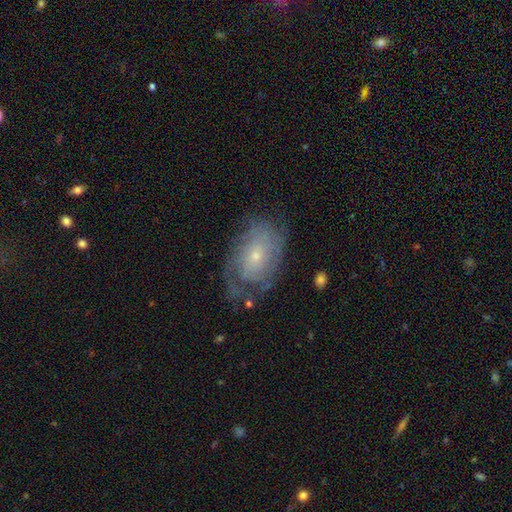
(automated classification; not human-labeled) Smooth or featured? featured or disk (69%)
Edge-on disk? no (95%)
Bar? no (75%)
Spiral arms? yes (82%)
Spiral winding? tight (60%)
Spiral arm count? can't tell (54%)
Bulge size? small (69%)
Merging? none (60%)